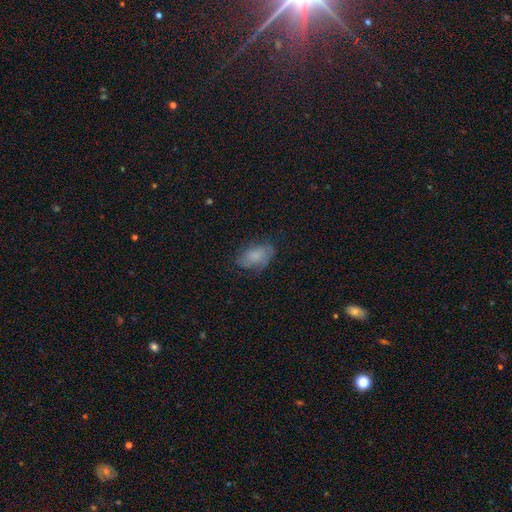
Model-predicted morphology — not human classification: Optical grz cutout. It shows a smooth galaxy with no disk features (65%) that is in between round and cigar-shaped (91%). Merging: none (61%).